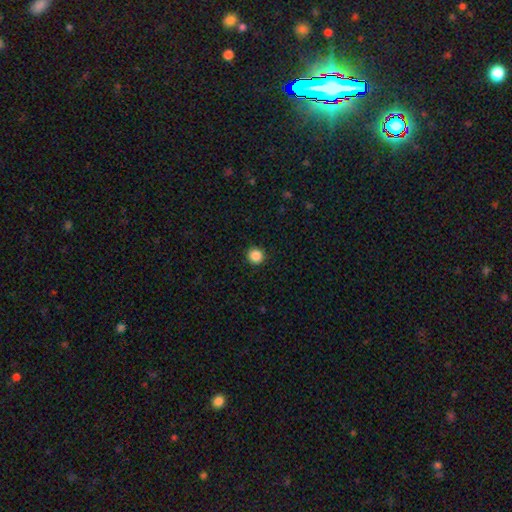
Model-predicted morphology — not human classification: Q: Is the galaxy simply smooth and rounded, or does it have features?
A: smooth — 87%.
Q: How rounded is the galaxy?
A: round — 95%.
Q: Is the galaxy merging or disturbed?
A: none — 93%.